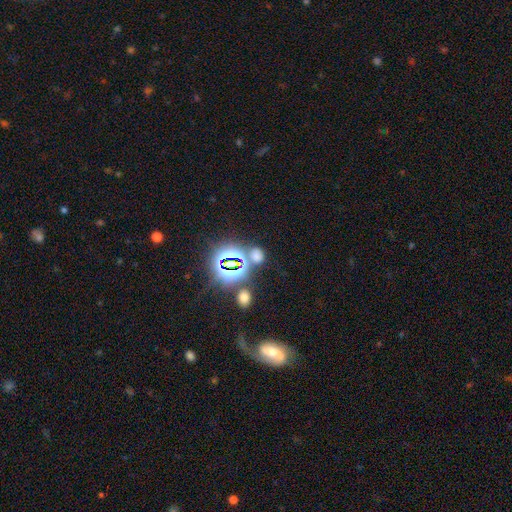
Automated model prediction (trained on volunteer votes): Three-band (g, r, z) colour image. It shows a star or artifact, not a galaxy (48%).